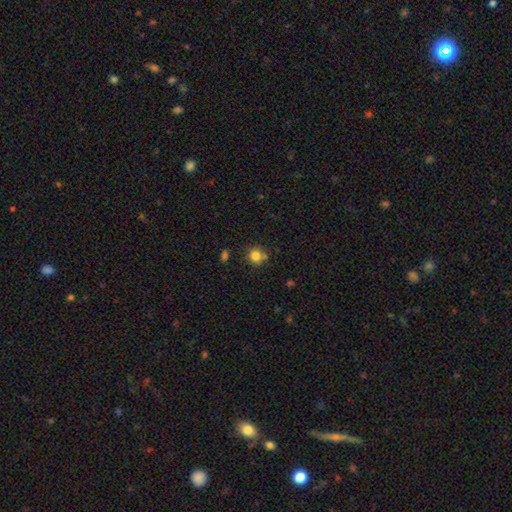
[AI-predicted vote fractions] A smooth galaxy with no disk features (81%) that is round (87%). Merging: none (73%).